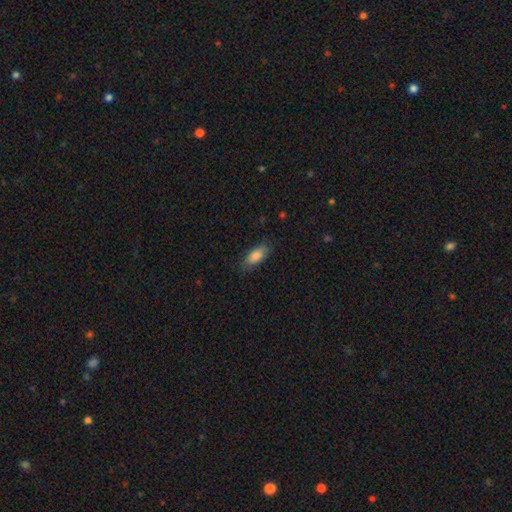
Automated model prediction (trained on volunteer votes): Q: Smooth or featured?
A: smooth (85%); runner-up: featured or disk (8%)
Q: How rounded?
A: in between (83%); runner-up: cigar-shaped (15%)
Q: Merging?
A: none (81%); runner-up: minor disturbance (15%)